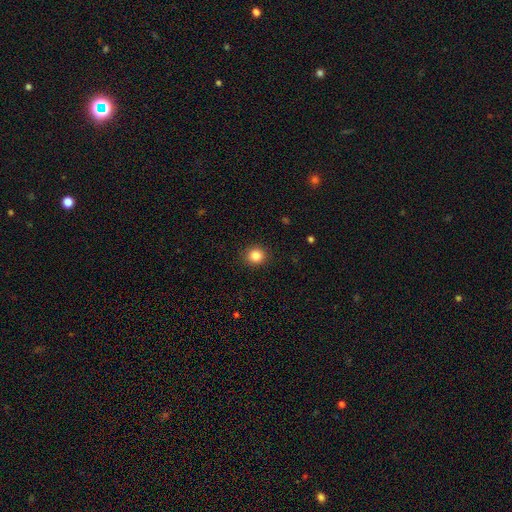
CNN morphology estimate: This appears to be a smooth galaxy with no disk features (84%) that is round (89%). Merging: none (91%).